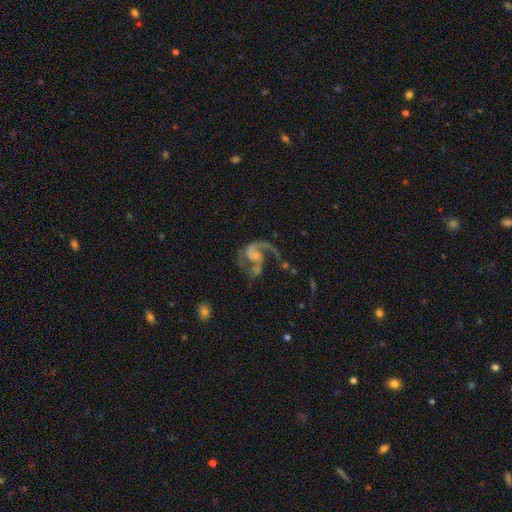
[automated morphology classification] type=featured or disk (85%); edge-on=no (98%); bar=no (49%); spiral arms=yes (94%); winding=loose (46%); arm count=2 (64%); bulge=none (42%); merging=none (41%).